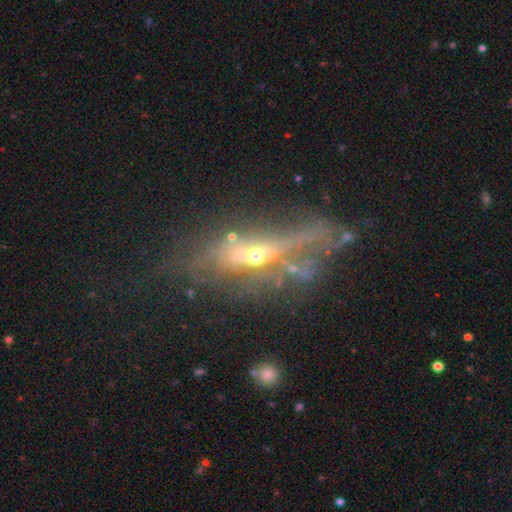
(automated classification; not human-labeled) Q: Smooth or featured?
A: featured or disk (62%); runner-up: smooth (22%)
Q: Edge-on disk?
A: no (64%); runner-up: yes (36%)
Q: Merging?
A: major disturbance (47%); runner-up: none (26%)